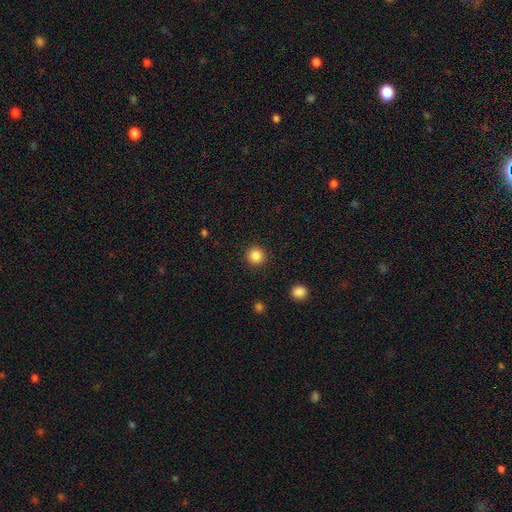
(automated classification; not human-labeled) smooth-or-featured: smooth: 86% | star or artifact: 11% | featured or disk: 3%
  how-rounded: round: 94% | in between: 5% | cigar-shaped: 1%
  merging: none: 92% | minor disturbance: 5% | major disturbance: 2% | merger: 1%